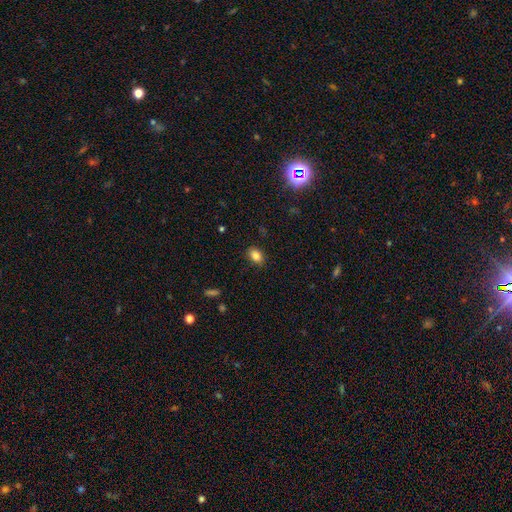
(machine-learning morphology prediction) smooth 84%, star or artifact 10%, featured or disk 6%. Down the decision tree: how rounded — in between (75%); merging — none (86%).